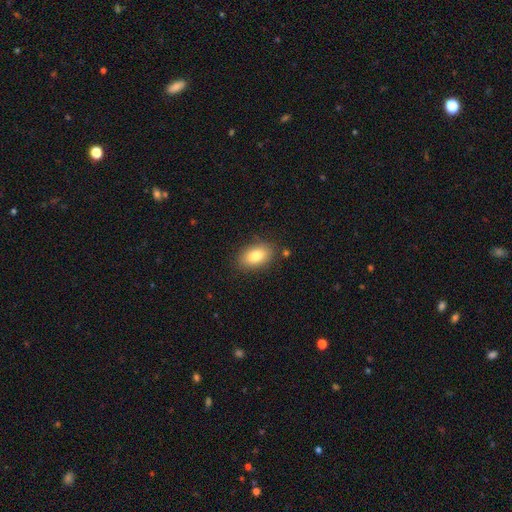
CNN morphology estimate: The model was most divided on "smooth or featured": smooth: 81%, featured or disk: 11%, star or artifact: 8%. More confident: how rounded — in between (90%); merging — none (84%).